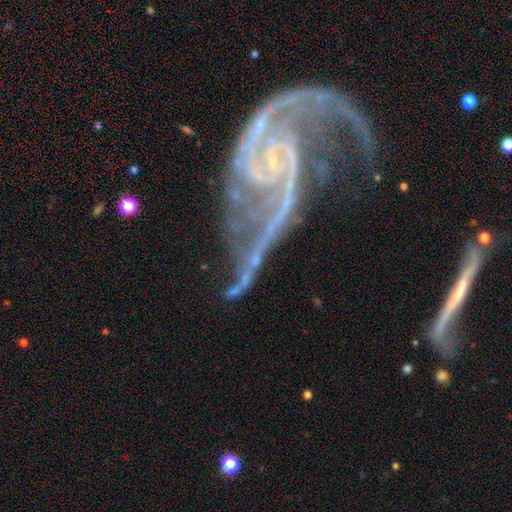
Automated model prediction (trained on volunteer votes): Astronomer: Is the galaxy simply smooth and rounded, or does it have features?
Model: featured or disk — 90%.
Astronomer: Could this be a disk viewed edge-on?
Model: no — 96%.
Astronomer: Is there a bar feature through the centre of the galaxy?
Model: no — 52% (runner-up: weak, 32%).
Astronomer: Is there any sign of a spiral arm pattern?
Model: yes — 97%.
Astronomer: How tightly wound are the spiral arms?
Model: medium — 41%, tied with loose at 41%.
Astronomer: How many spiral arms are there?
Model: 2 — 74%.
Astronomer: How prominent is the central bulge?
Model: small — 74%.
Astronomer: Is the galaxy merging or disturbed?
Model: none — 39% (runner-up: major disturbance, 32%).